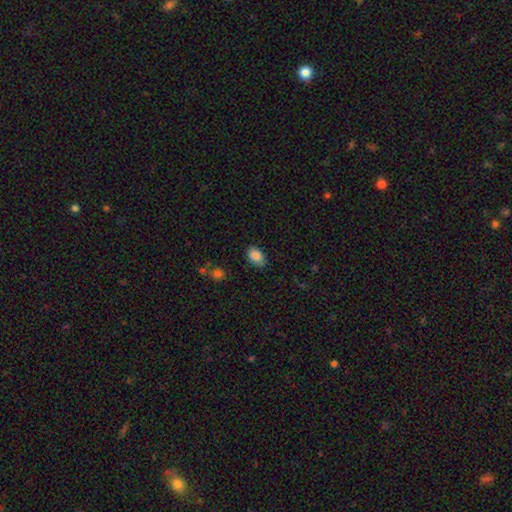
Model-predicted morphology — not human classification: Smooth or featured? Predicted: smooth (p=0.87). How rounded? Predicted: in between (p=0.88). Merging? Predicted: none (p=0.83).